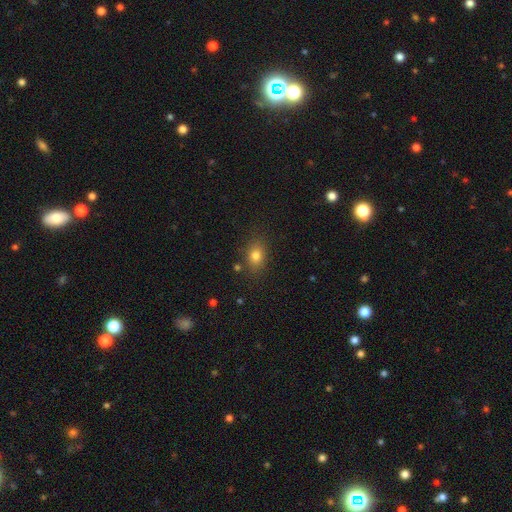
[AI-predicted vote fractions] Smooth or featured: smooth — 79% (star or artifact — 12%)
How rounded: in between — 70% (round — 28%)
Merging: none — 82% (minor disturbance — 12%)